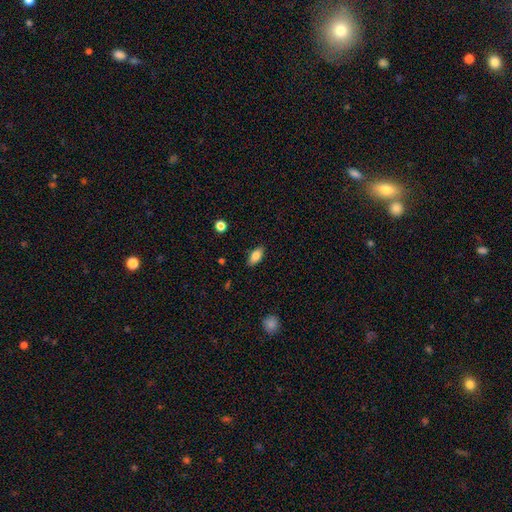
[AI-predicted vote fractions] Q: Smooth or featured?
A: smooth (83%); runner-up: featured or disk (9%)
Q: How rounded?
A: in between (88%); runner-up: cigar-shaped (9%)
Q: Merging?
A: none (87%); runner-up: minor disturbance (10%)